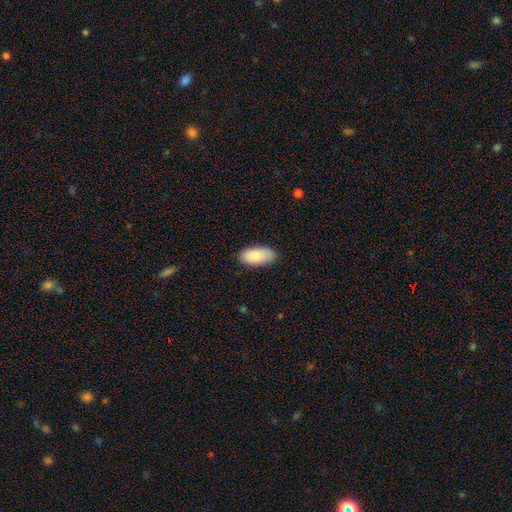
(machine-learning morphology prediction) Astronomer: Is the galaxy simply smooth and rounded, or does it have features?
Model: smooth — 88%.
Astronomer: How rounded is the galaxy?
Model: in between — 93%.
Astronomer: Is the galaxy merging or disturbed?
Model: none — 83%.